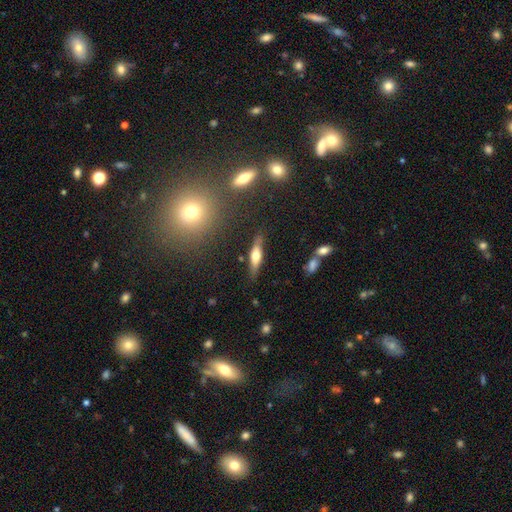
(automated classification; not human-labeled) smooth-or-featured: smooth: 47% | featured or disk: 46% | star or artifact: 7%
  merging: none: 80% | minor disturbance: 13% | major disturbance: 3% | merger: 3%